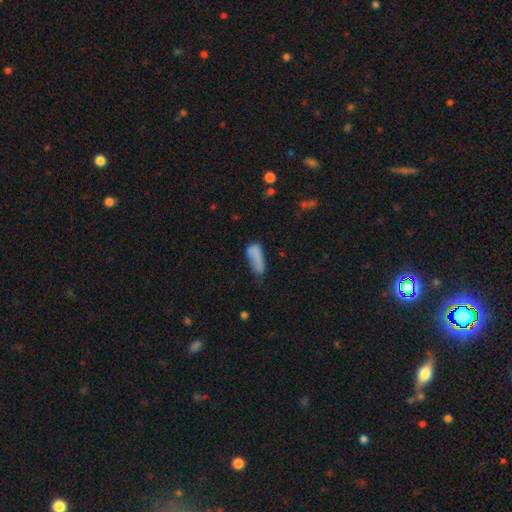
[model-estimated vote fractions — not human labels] Overall: smooth (77%). How rounded: in between (76%). Merging: none (35%; minor disturbance 33%).